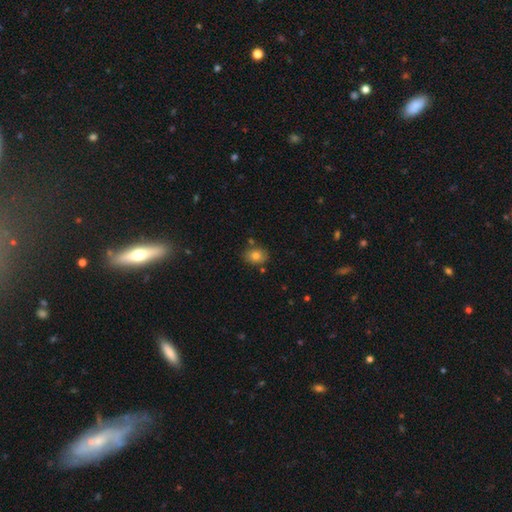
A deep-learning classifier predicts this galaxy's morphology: smooth_or_featured: smooth (p=0.79) [alt: featured or disk p=0.11]
how_rounded: in between (p=0.64) [alt: round p=0.35]
merging: none (p=0.80) [alt: minor disturbance p=0.12]